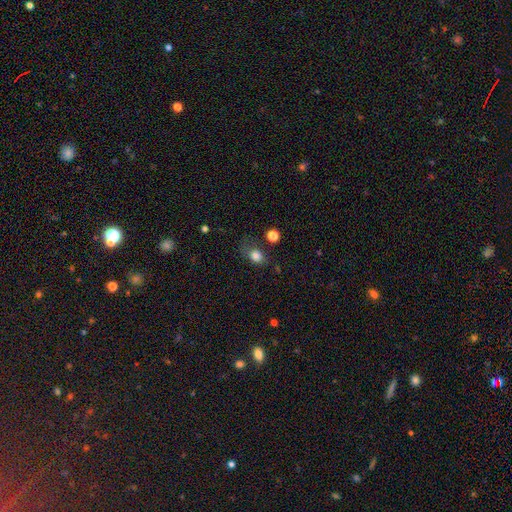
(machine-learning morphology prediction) Smooth or featured? Predicted: smooth (p=0.81). How rounded? Predicted: in between (p=0.51). Merging? Predicted: none (p=0.50).